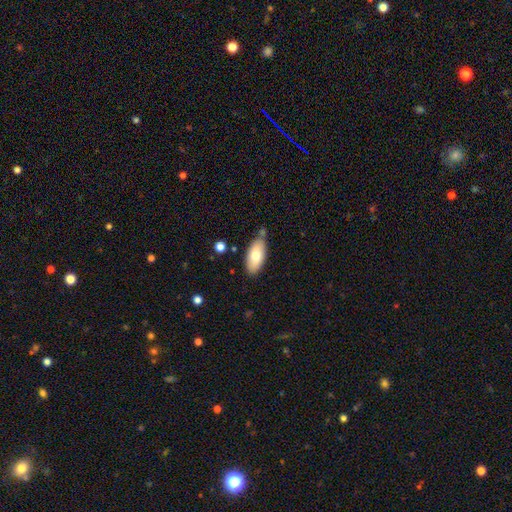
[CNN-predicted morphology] The model was most divided on "smooth or featured": smooth: 74%, featured or disk: 19%, star or artifact: 7%. More confident: how rounded — in between (90%); merging — none (73%).